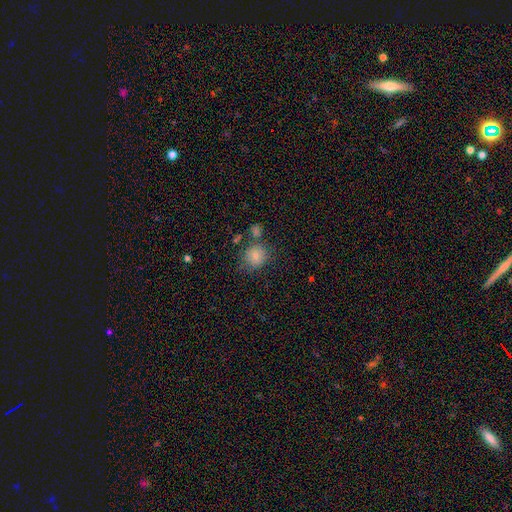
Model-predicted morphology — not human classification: smooth 80%, star or artifact 11%, featured or disk 9%. Down the decision tree: how rounded — round (76%); merging — none (63%).